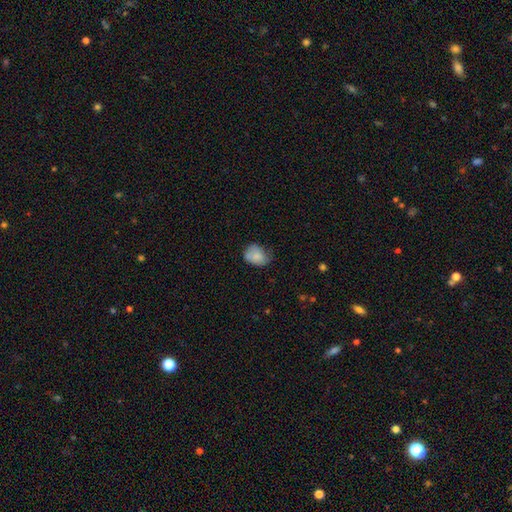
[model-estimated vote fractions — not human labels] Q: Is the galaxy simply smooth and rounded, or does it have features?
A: smooth — 80%.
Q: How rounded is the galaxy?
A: in between — 65%.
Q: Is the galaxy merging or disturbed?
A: none — 50%.